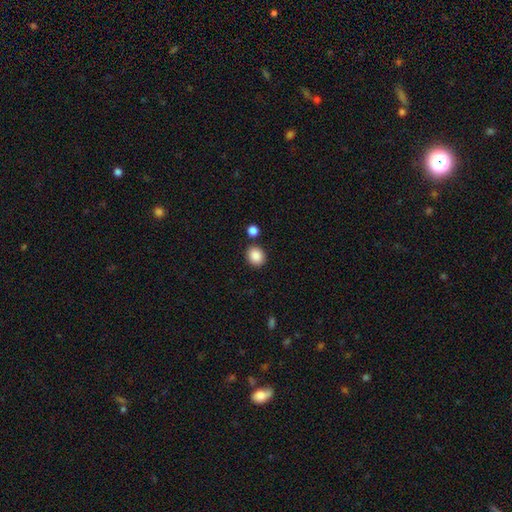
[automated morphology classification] This is clearly a smooth galaxy (88%). How rounded: likely round (64%). Merging: clearly none (82%).